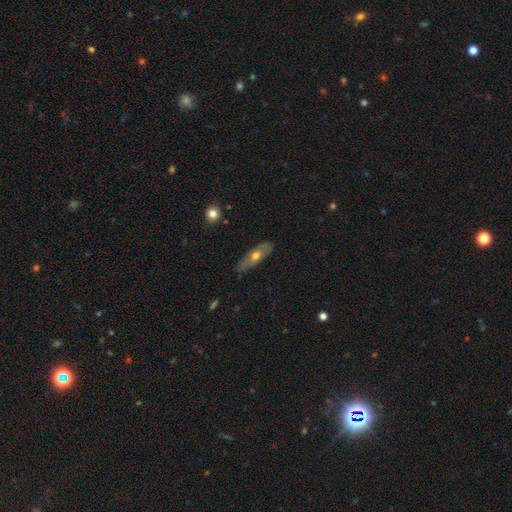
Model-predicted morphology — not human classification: Smooth or featured?
  - featured or disk: 51% *
  - smooth: 42%
  - star or artifact: 7%
Edge-on disk?
  - no: 52% *
  - yes: 48%
Merging?
  - none: 76% *
  - minor disturbance: 20%
  - major disturbance: 3%
  - merger: 1%